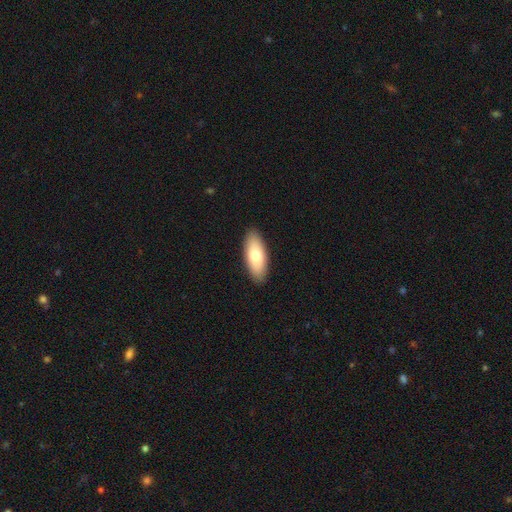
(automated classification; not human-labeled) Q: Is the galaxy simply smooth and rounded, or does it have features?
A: smooth — 76%.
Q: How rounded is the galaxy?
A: in between — 77%.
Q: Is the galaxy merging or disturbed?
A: none — 90%.